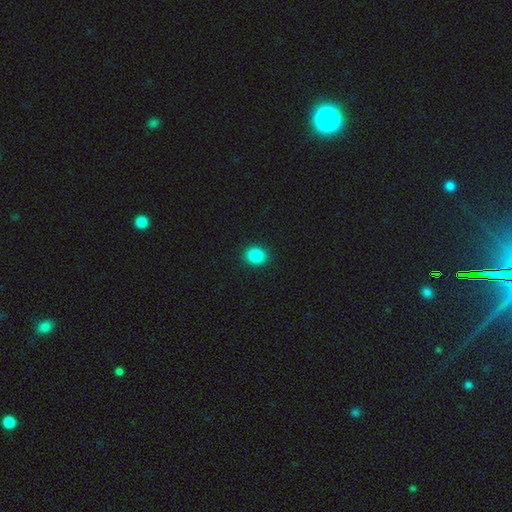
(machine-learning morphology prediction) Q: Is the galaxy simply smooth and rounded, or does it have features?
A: smooth — 88%.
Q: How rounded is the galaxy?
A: round — 62%.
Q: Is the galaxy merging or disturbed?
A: none — 91%.